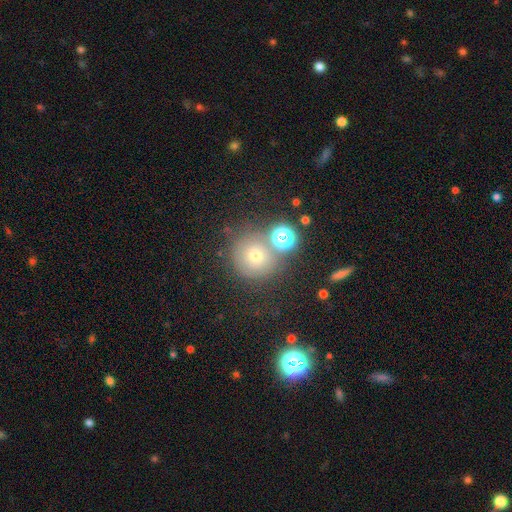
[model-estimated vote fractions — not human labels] Smooth or featured? Predicted: smooth (p=0.57). How rounded? Predicted: round (p=0.92). Merging? Predicted: none (p=0.68).